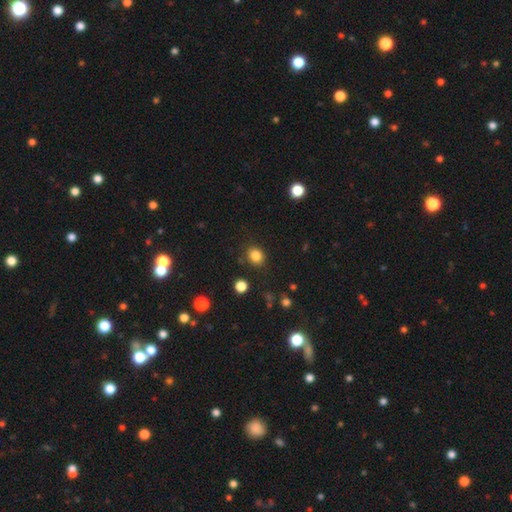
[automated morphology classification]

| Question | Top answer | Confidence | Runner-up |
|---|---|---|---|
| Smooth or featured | smooth | 84% | star or artifact (12%) |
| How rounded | round | 74% | in between (25%) |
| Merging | none | 85% | minor disturbance (10%) |